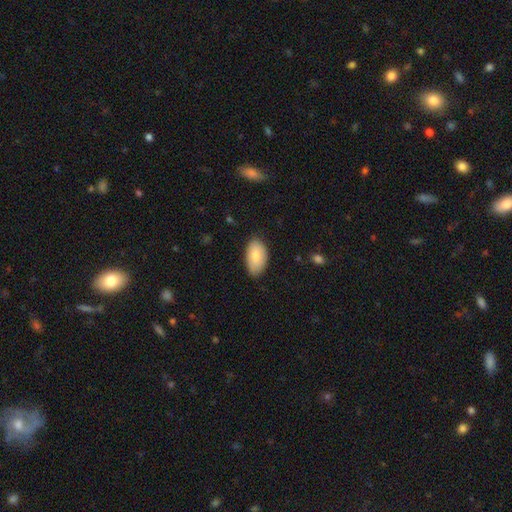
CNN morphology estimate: Smooth or featured: smooth — 82% (featured or disk — 12%)
How rounded: in between — 95% (round — 3%)
Merging: none — 79% (minor disturbance — 17%)